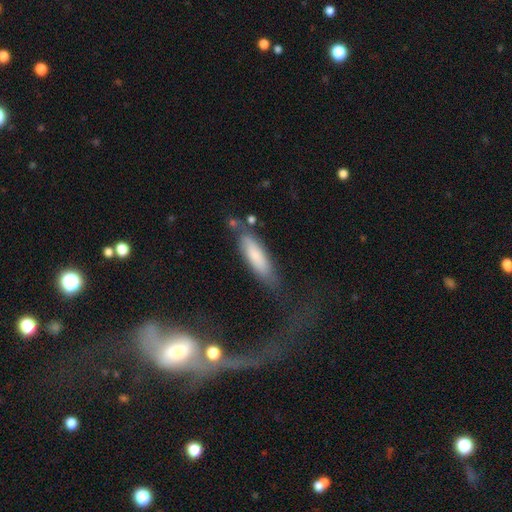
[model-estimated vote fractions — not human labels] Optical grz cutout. It shows a smooth galaxy with no disk features (74%) that is cigar-shaped (58%). Merging: none (63%).